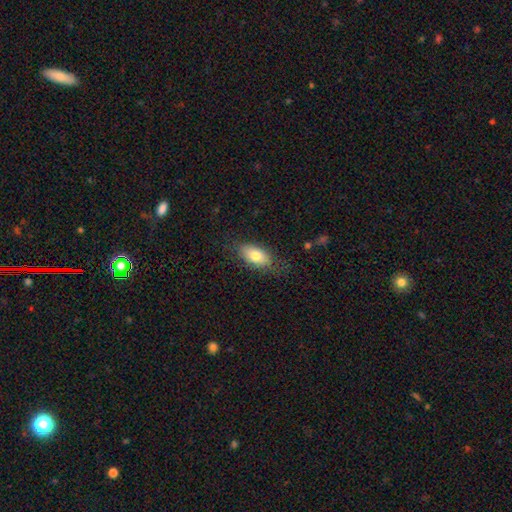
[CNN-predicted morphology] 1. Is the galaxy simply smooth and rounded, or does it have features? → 78% smooth, 15% featured or disk, 7% star or artifact.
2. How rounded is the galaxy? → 89% in between, 6% cigar-shaped, 5% round.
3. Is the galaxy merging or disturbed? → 75% none, 18% minor disturbance, 5% major disturbance, 1% merger.